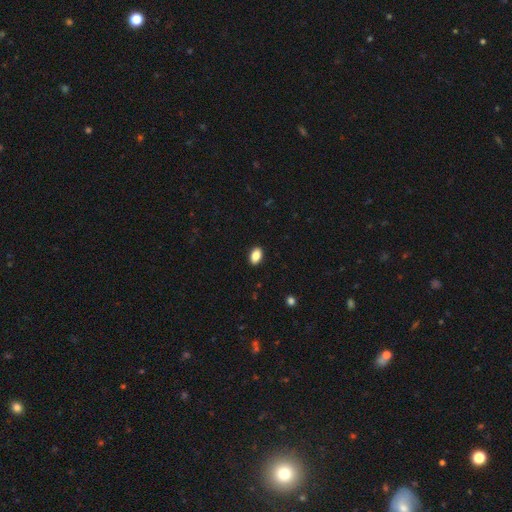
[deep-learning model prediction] Smooth or featured? smooth (86%)
How rounded? in between (89%)
Merging? none (90%)